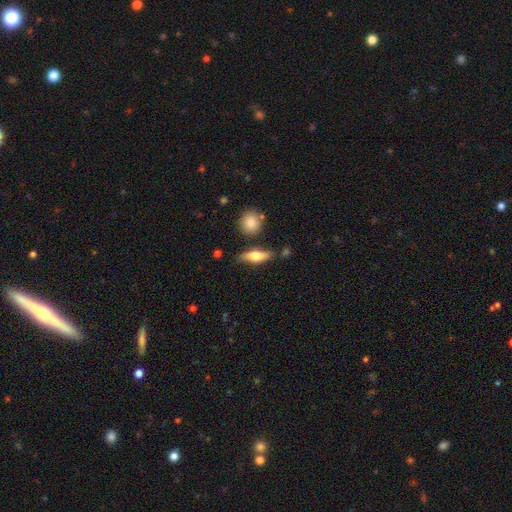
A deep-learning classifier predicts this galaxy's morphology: A smooth galaxy with no disk features (58%) that is in between round and cigar-shaped (57%).

Vote fractions:
- Smooth or featured? smooth: 58% / featured or disk: 36% / star or artifact: 7%
- How rounded? in between: 57% / cigar-shaped: 38% / round: 5%
- Merging? none: 77% / minor disturbance: 14% / merger: 5% / major disturbance: 3%